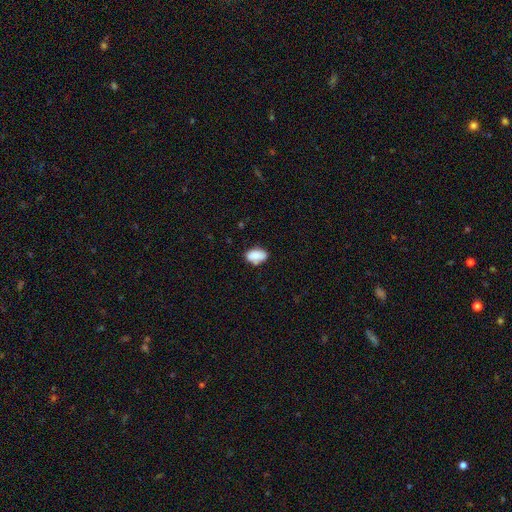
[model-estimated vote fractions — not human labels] smooth-or-featured: smooth: 86% | star or artifact: 8% | featured or disk: 6%
  how-rounded: in between: 90% | round: 8% | cigar-shaped: 2%
  merging: none: 69% | minor disturbance: 21% | merger: 6% | major disturbance: 4%